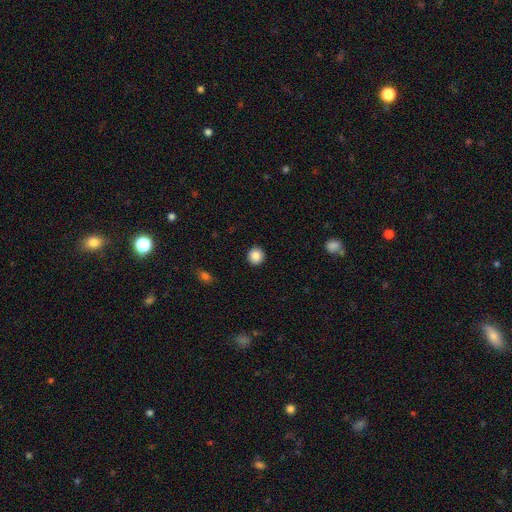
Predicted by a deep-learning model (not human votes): Smooth or featured?
  - smooth: 86% *
  - star or artifact: 9%
  - featured or disk: 5%
How rounded?
  - round: 93% *
  - in between: 6%
  - cigar-shaped: 1%
Merging?
  - none: 93% *
  - minor disturbance: 5%
  - major disturbance: 2%
  - merger: 1%